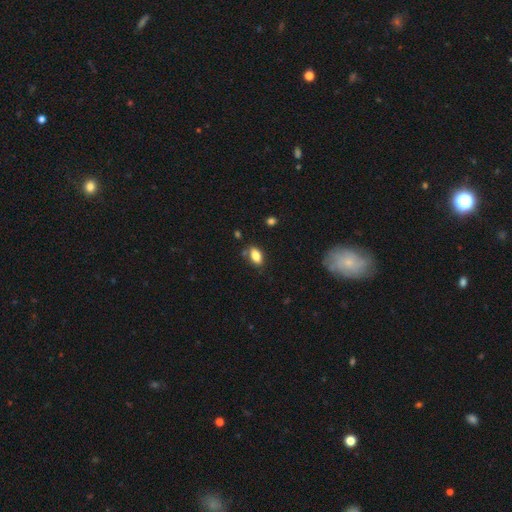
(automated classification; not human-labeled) The model was most divided on "merging": none: 75%, minor disturbance: 16%, merger: 5%, major disturbance: 3%. More confident: how rounded — in between (90%); smooth or featured — smooth (84%).